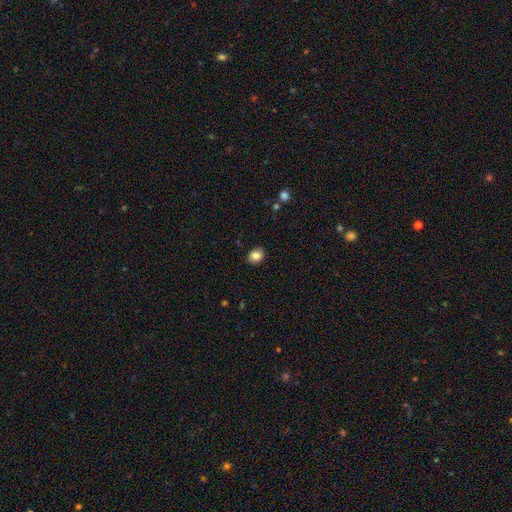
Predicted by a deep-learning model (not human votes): The model was most divided on "how rounded": round: 56%, in between: 43%, cigar-shaped: 1%. More confident: merging — none (88%); smooth or featured — smooth (83%).